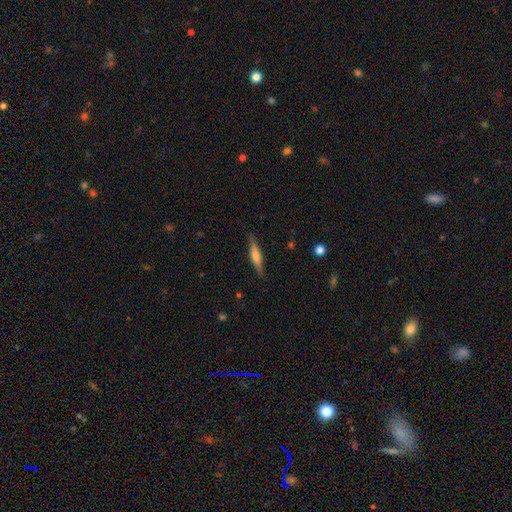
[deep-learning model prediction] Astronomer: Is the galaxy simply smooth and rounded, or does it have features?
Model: featured or disk — 47% (runner-up: smooth, 46%).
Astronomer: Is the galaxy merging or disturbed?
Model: none — 87%.